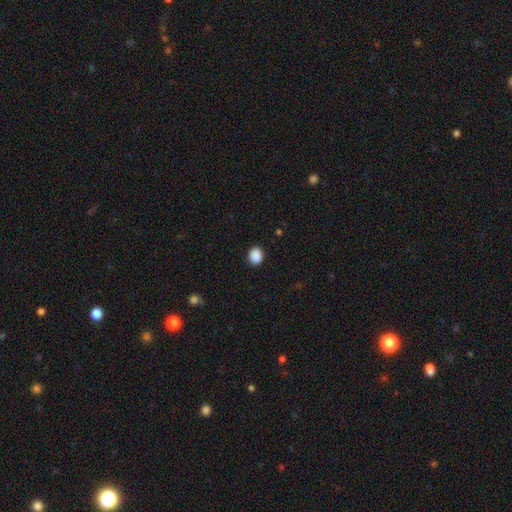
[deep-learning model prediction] Q: Smooth or featured?
A: smooth (89%); runner-up: star or artifact (8%)
Q: How rounded?
A: round (51%); runner-up: in between (48%)
Q: Merging?
A: none (89%); runner-up: minor disturbance (8%)